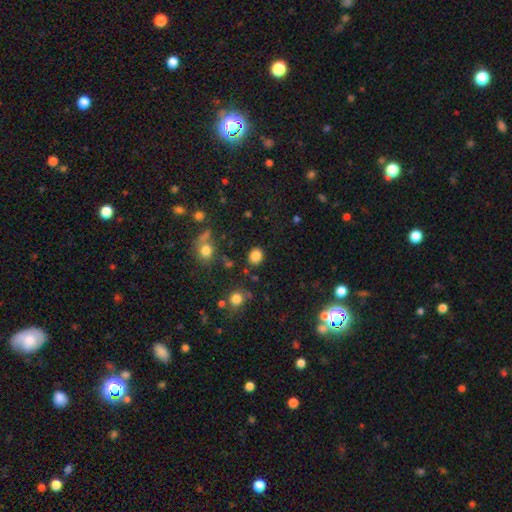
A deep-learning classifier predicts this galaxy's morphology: smooth-or-featured: smooth: 84% | star or artifact: 12% | featured or disk: 4%
  how-rounded: round: 62% | in between: 37% | cigar-shaped: 1%
  merging: none: 84% | minor disturbance: 9% | merger: 4% | major disturbance: 3%